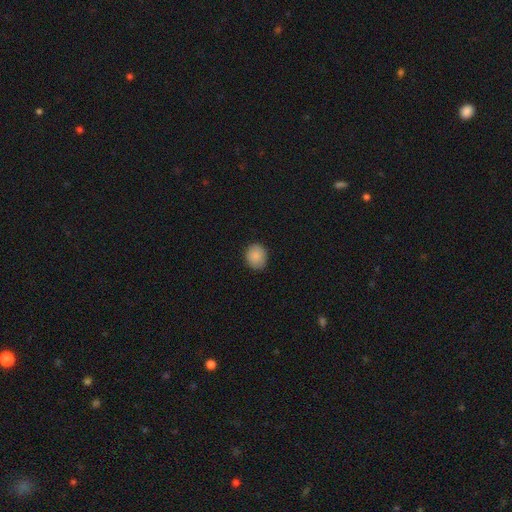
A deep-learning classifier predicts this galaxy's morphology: Smooth or featured: smooth — 88% (star or artifact — 8%)
How rounded: round — 72% (in between — 27%)
Merging: none — 84% (minor disturbance — 12%)